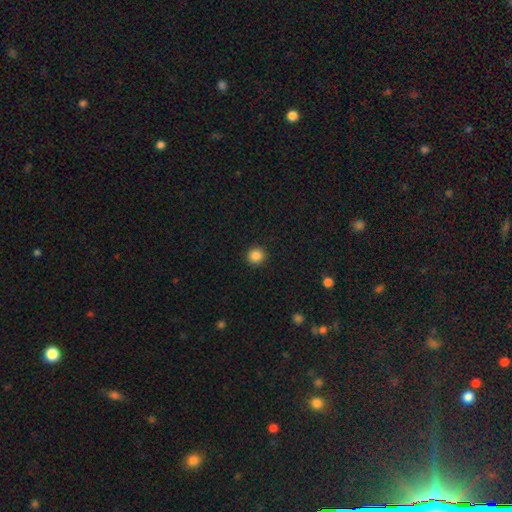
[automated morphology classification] This appears to be a smooth galaxy with no disk features (86%) that is round (94%). Merging: none (92%).